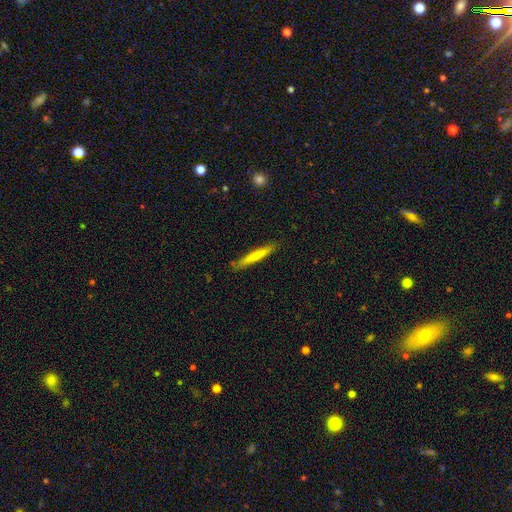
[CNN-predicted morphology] type=smooth (70%); roundness=cigar-shaped (95%); merging=none (87%).